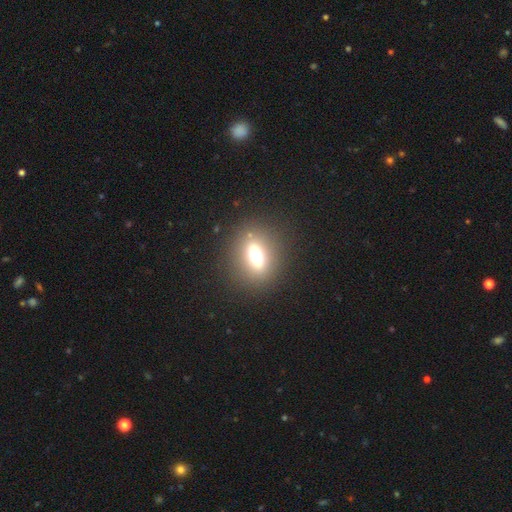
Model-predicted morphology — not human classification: smooth 64%, featured or disk 22%, star or artifact 14%. Down the decision tree: how rounded — in between (62%); merging — none (85%).